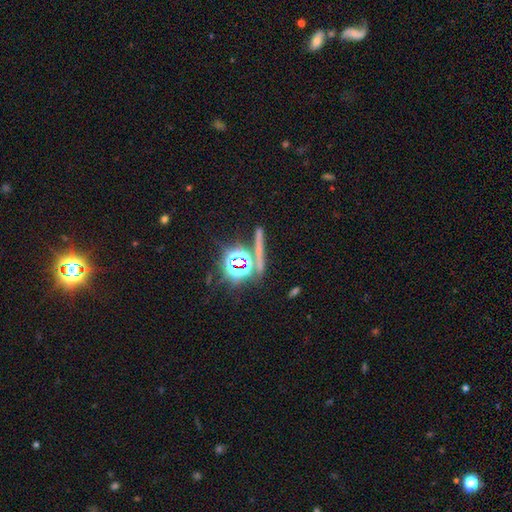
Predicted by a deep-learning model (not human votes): star or artifact 64%, smooth 20%, featured or disk 17%.